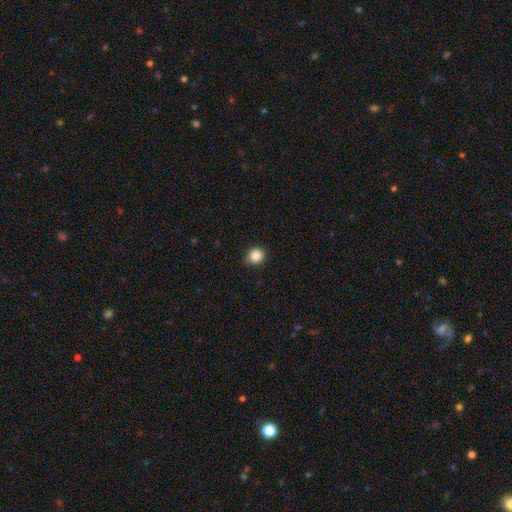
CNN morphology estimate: Overall: smooth (88%). How rounded: round (84%). Merging: none (89%).